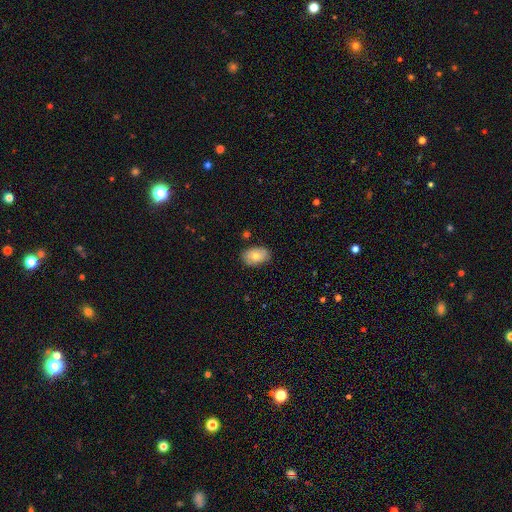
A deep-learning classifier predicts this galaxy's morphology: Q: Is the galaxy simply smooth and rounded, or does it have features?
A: smooth — 73%.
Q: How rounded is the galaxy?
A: in between — 87%.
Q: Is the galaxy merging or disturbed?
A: none — 82%.